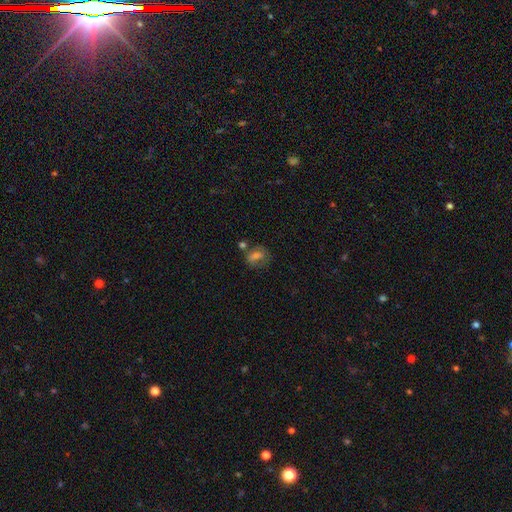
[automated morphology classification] smooth-or-featured: smooth: 60% | featured or disk: 23% | star or artifact: 18%
  how-rounded: in between: 57% | round: 39% | cigar-shaped: 3%
  merging: none: 55% | minor disturbance: 20% | merger: 14% | major disturbance: 12%